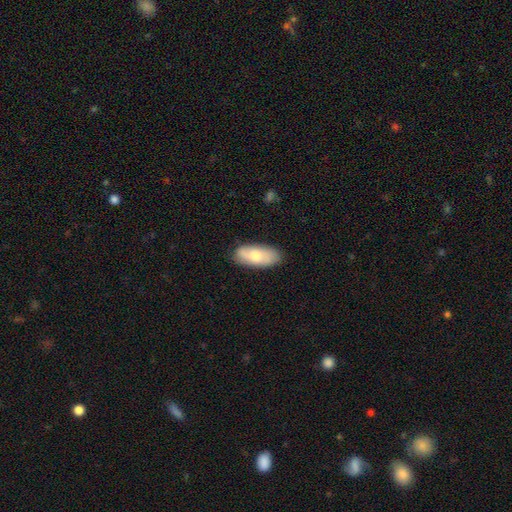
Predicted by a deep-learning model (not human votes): A smooth galaxy with no disk features (71%) that is in between round and cigar-shaped (87%).

Vote fractions:
- Smooth or featured? smooth: 71% / featured or disk: 23% / star or artifact: 6%
- How rounded? in between: 87% / cigar-shaped: 11% / round: 2%
- Merging? none: 81% / minor disturbance: 15% / major disturbance: 3% / merger: 1%